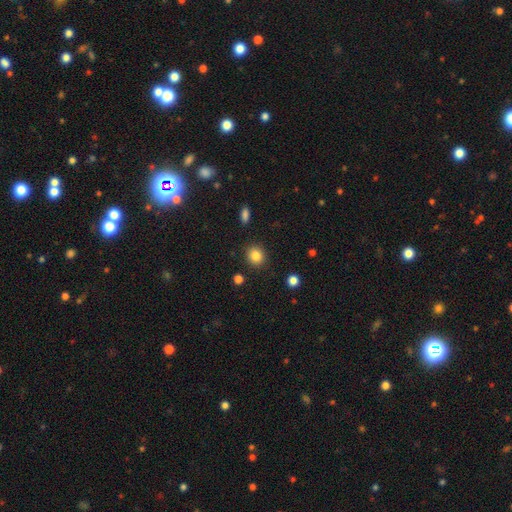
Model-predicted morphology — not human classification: The model was most divided on "how rounded": round: 82%, in between: 17%, cigar-shaped: 1%. More confident: merging — none (89%); smooth or featured — smooth (85%).